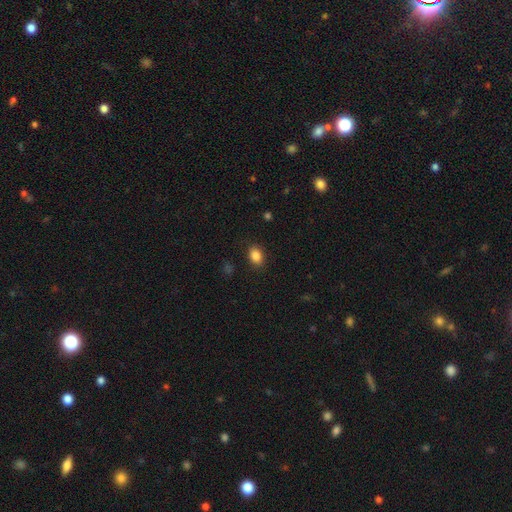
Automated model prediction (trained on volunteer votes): Smooth or featured: smooth — 86% (star or artifact — 9%)
How rounded: in between — 75% (round — 24%)
Merging: none — 87% (minor disturbance — 9%)